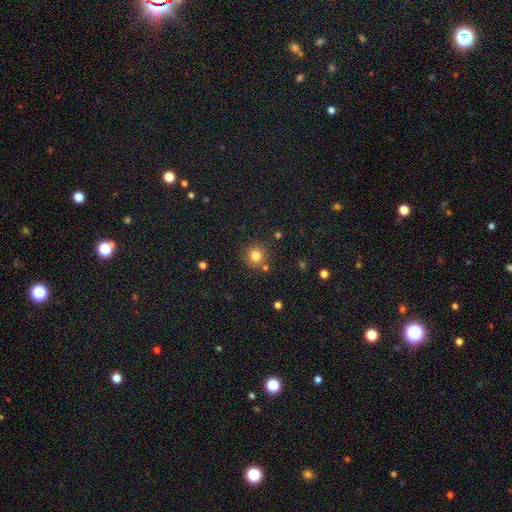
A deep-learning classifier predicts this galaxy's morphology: Smooth or featured?
  - smooth: 81% *
  - star or artifact: 13%
  - featured or disk: 6%
How rounded?
  - round: 93% *
  - in between: 6%
  - cigar-shaped: 1%
Merging?
  - none: 82% *
  - minor disturbance: 8%
  - merger: 7%
  - major disturbance: 3%